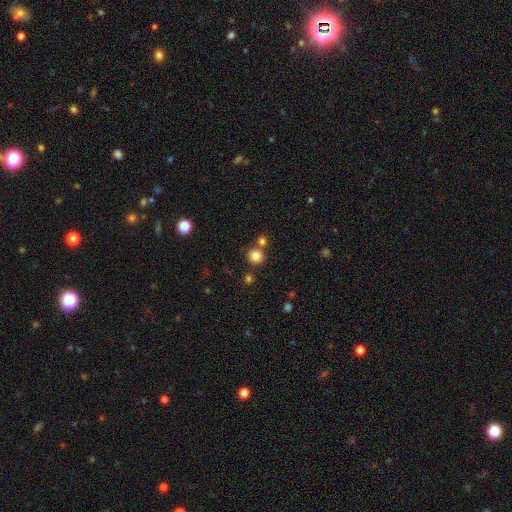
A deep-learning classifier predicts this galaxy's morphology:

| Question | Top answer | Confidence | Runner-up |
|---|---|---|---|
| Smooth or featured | smooth | 82% | star or artifact (13%) |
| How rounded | round | 93% | in between (6%) |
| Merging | none | 75% | merger (16%) |